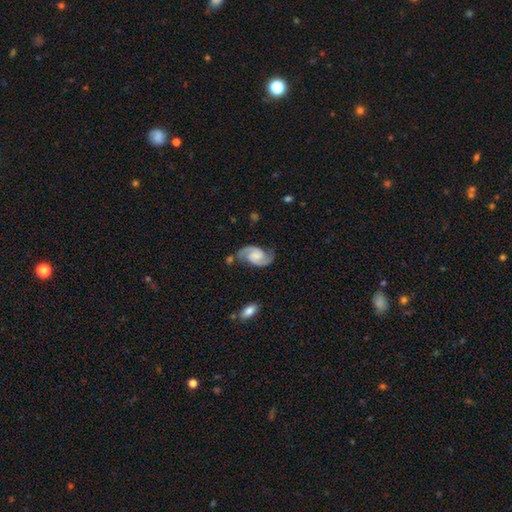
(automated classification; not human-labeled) A featured or disk galaxy (88%) with no bar (50%), 2 (94%) medium (55%) spiral arms (98%) and no central bulge (31%).

Vote fractions:
- Smooth or featured? featured or disk: 88% / smooth: 7% / star or artifact: 5%
- Edge-on disk? no: 98% / yes: 2%
- Bar? no: 50% / weak: 38% / strong: 11%
- Spiral arms? yes: 98% / no: 2%
- Spiral winding? medium: 55% / tight: 25% / loose: 21%
- Spiral arm count? 2: 94% / can't tell: 2% / 1: 1% / 3: 1% / 4: 1% / more than 4: 1%
- Bulge size? none: 31% / small: 30% / moderate: 27% / large: 10% / dominant: 2%
- Merging? none: 74% / minor disturbance: 16% / major disturbance: 5% / merger: 4%